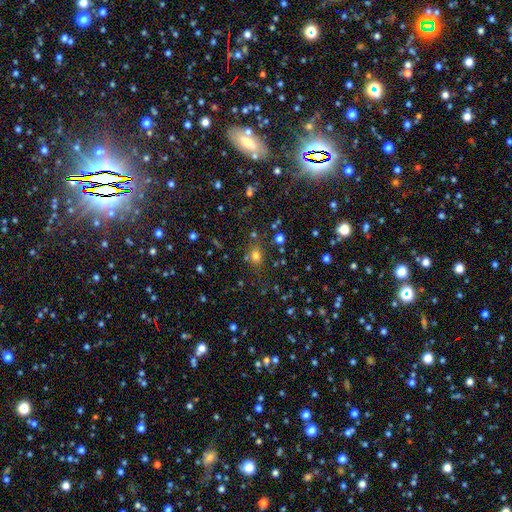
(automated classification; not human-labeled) Smooth or featured? smooth (71%)
How rounded? round (57%)
Merging? none (75%)